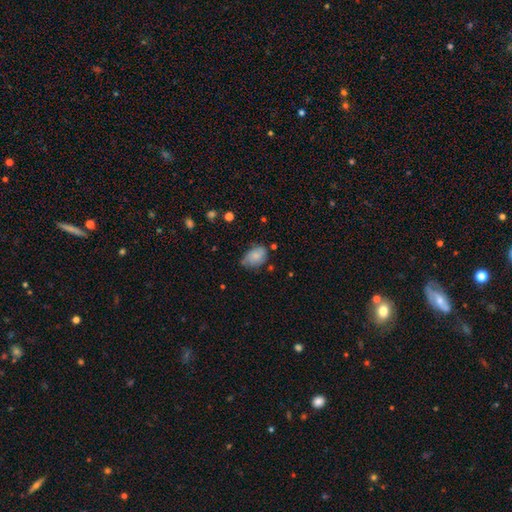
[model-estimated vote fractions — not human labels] This appears to be a smooth galaxy with no disk features (78%) that is in between round and cigar-shaped (84%). Merging: none (55%).